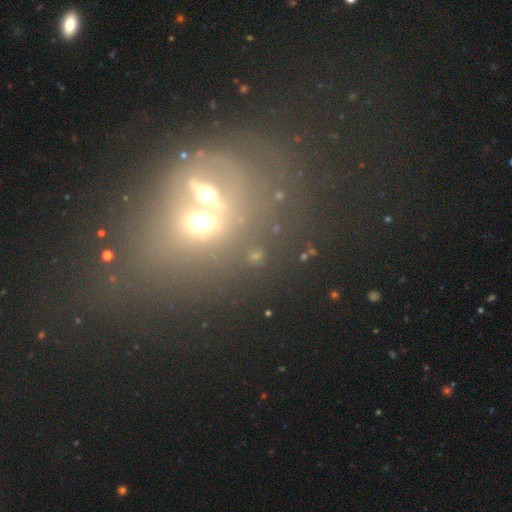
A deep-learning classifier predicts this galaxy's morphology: smooth 38%, star or artifact 33%, featured or disk 29%. Down the decision tree: merging — merger (55%).